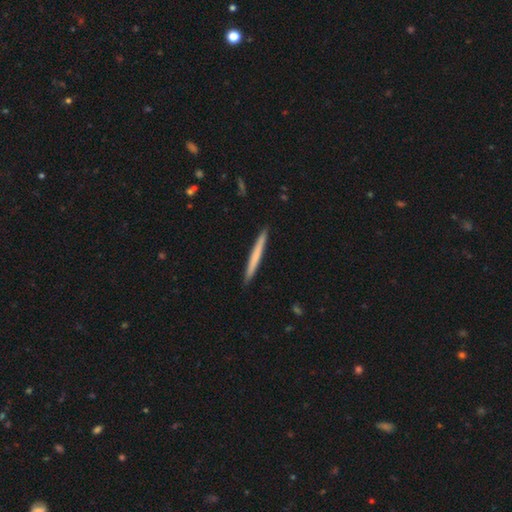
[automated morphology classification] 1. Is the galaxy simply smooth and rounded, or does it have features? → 63% smooth, 32% featured or disk, 5% star or artifact.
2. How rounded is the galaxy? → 97% cigar-shaped, 2% in between, 1% round.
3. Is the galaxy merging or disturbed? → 92% none, 6% minor disturbance, 1% major disturbance, 1% merger.